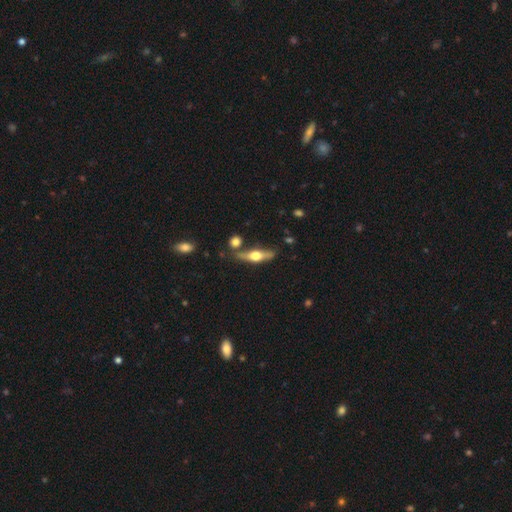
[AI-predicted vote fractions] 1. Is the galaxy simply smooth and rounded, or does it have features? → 63% featured or disk, 31% smooth, 6% star or artifact.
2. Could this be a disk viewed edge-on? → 93% yes, 7% no.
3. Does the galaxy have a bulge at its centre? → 95% rounded, 4% boxy, 2% none.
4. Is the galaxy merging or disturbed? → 75% none, 13% minor disturbance, 9% merger, 3% major disturbance.